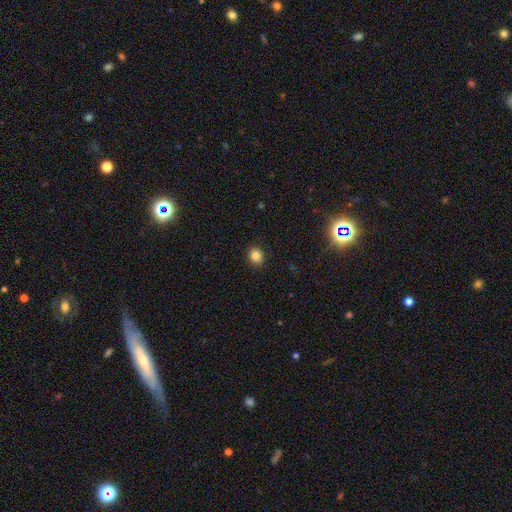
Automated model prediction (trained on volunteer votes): Smooth or featured: smooth — 84% (star or artifact — 11%)
How rounded: round — 70% (in between — 29%)
Merging: none — 89% (minor disturbance — 8%)